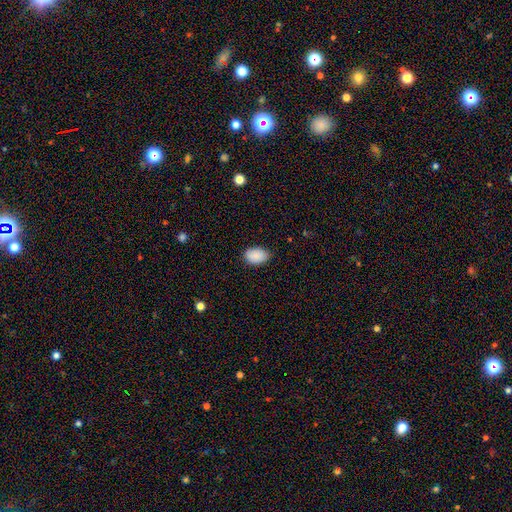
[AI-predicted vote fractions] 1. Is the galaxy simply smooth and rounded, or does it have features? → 90% smooth, 7% star or artifact, 3% featured or disk.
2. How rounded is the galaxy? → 87% in between, 12% round, 1% cigar-shaped.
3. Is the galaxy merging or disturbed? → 82% none, 15% minor disturbance, 2% major disturbance, 1% merger.